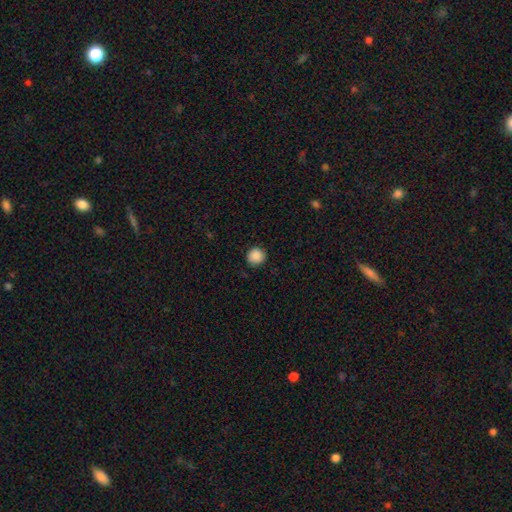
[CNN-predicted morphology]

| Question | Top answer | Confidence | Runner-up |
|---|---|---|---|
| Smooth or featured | smooth | 88% | star or artifact (9%) |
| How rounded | round | 93% | in between (6%) |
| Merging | none | 89% | minor disturbance (7%) |